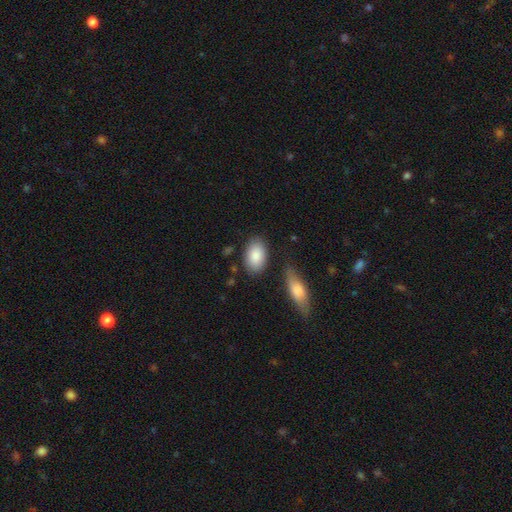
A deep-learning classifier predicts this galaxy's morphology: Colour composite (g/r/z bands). It shows a smooth galaxy with no disk features (86%) that is in between round and cigar-shaped (92%). Merging: none (78%).